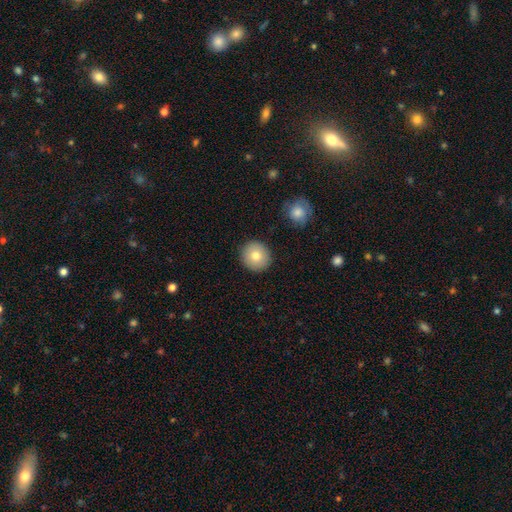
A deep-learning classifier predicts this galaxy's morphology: A smooth galaxy with no disk features (78%) that is round (92%). Merging: none (91%).